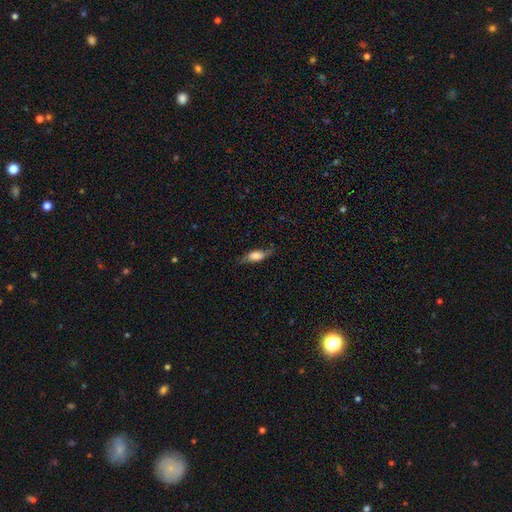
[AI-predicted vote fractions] Smooth or featured: smooth — 59% (featured or disk — 33%)
How rounded: in between — 67% (cigar-shaped — 30%)
Merging: none — 69% (minor disturbance — 22%)